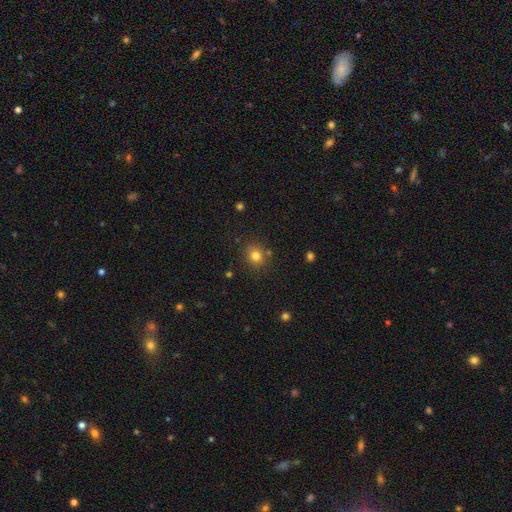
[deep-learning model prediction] Smooth or featured? smooth (79%)
How rounded? round (78%)
Merging? none (81%)